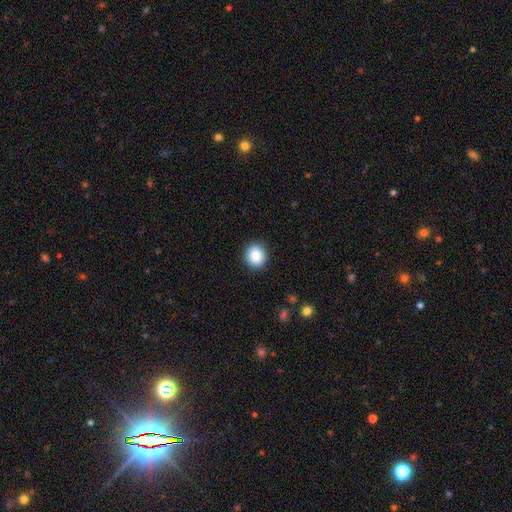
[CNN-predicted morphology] smooth_or_featured: smooth (p=0.88) [alt: star or artifact p=0.08]
how_rounded: round (p=0.81) [alt: in between p=0.18]
merging: none (p=0.91) [alt: minor disturbance p=0.06]